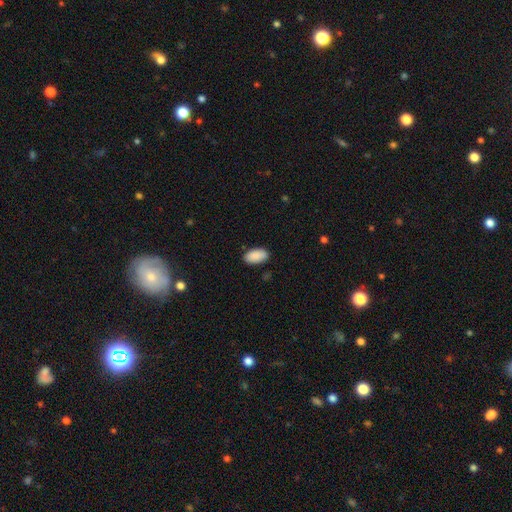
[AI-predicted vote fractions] Smooth or featured: smooth — 90% (star or artifact — 6%)
How rounded: in between — 95% (round — 3%)
Merging: none — 87% (minor disturbance — 10%)